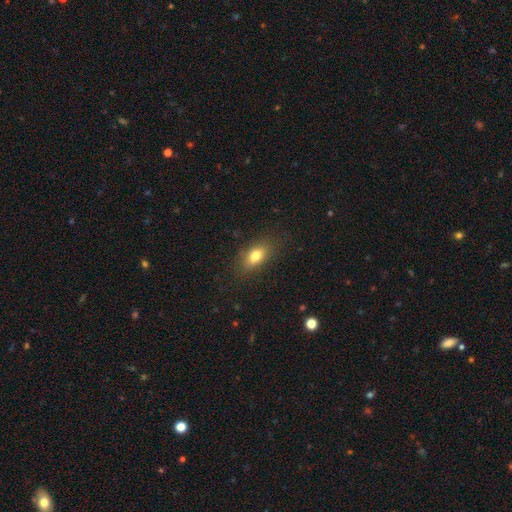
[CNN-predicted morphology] Q: Smooth or featured?
A: smooth (77%); runner-up: featured or disk (13%)
Q: How rounded?
A: in between (81%); runner-up: round (13%)
Q: Merging?
A: none (80%); runner-up: minor disturbance (14%)